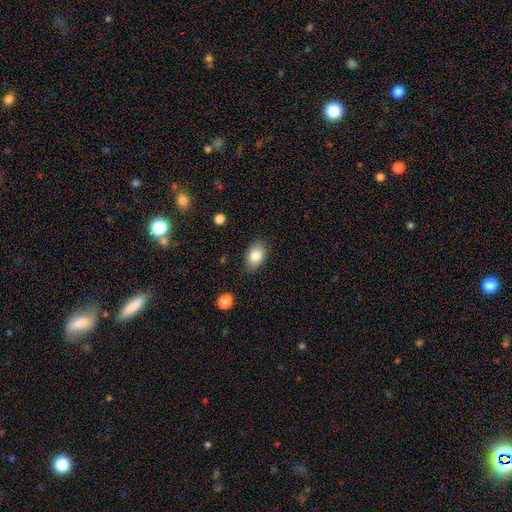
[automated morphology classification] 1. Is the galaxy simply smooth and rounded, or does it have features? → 83% smooth, 9% featured or disk, 8% star or artifact.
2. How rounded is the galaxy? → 85% in between, 14% round, 1% cigar-shaped.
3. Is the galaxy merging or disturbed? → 84% none, 12% minor disturbance, 3% major disturbance, 2% merger.